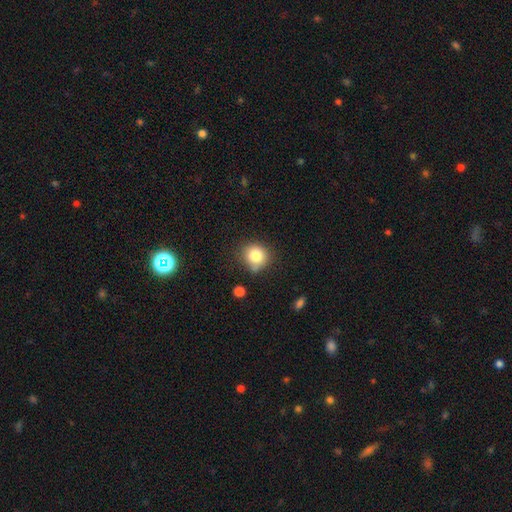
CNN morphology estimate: Smooth or featured? smooth (82%)
How rounded? round (84%)
Merging? none (69%)